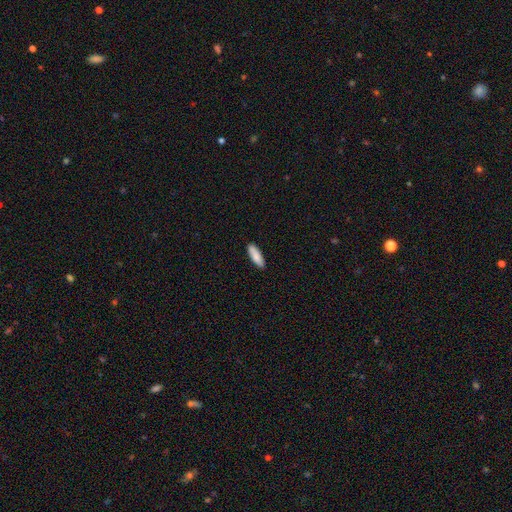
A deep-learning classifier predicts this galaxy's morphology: type=smooth (86%); roundness=in between (50%); merging=none (89%).